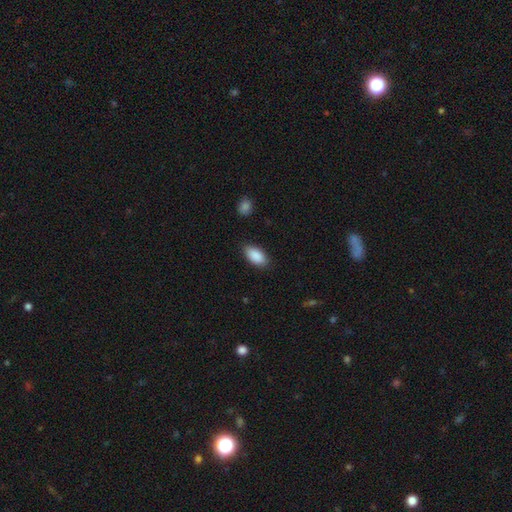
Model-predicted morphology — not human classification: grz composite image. It shows a smooth galaxy with no disk features (90%) that is in between round and cigar-shaped (94%). Merging: none (84%).